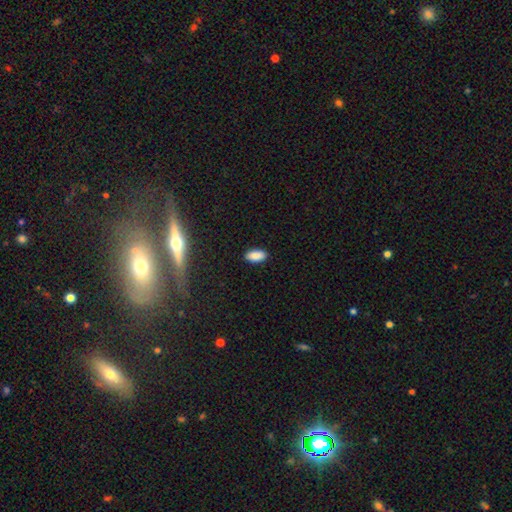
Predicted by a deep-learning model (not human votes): Smooth or featured? Predicted: smooth (p=0.88). How rounded? Predicted: in between (p=0.92). Merging? Predicted: none (p=0.89).